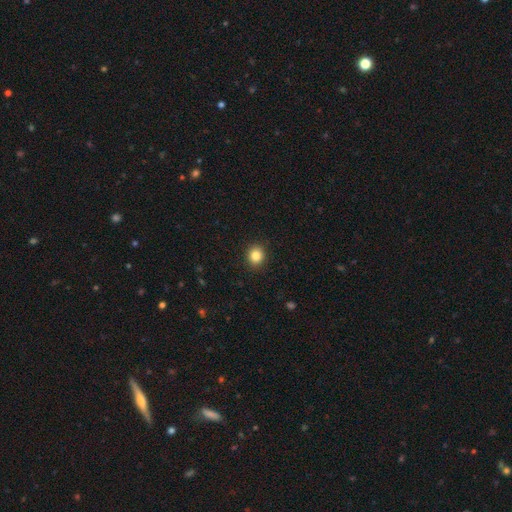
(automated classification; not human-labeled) Overall: smooth (84%). How rounded: round (77%). Merging: none (92%).